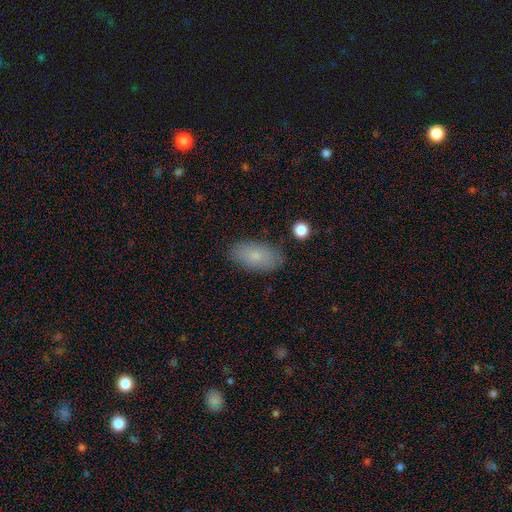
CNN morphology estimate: smooth-or-featured: smooth: 79% | featured or disk: 14% | star or artifact: 7%
  how-rounded: in between: 93% | round: 4% | cigar-shaped: 3%
  merging: none: 84% | minor disturbance: 12% | major disturbance: 3% | merger: 1%